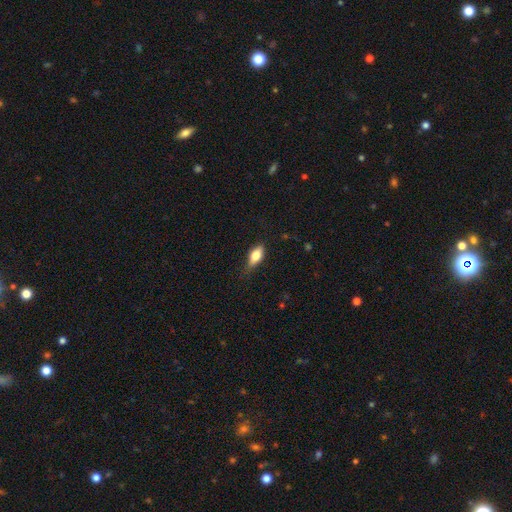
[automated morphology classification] smooth 70%, featured or disk 23%, star or artifact 7%. Down the decision tree: how rounded — in between (78%); merging — none (69%).